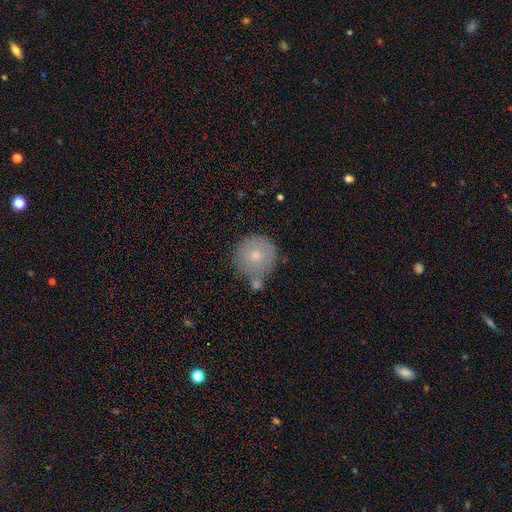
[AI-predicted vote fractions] This is likely a smooth galaxy (74%). How rounded: clearly round (95%). Merging: likely none (65%).